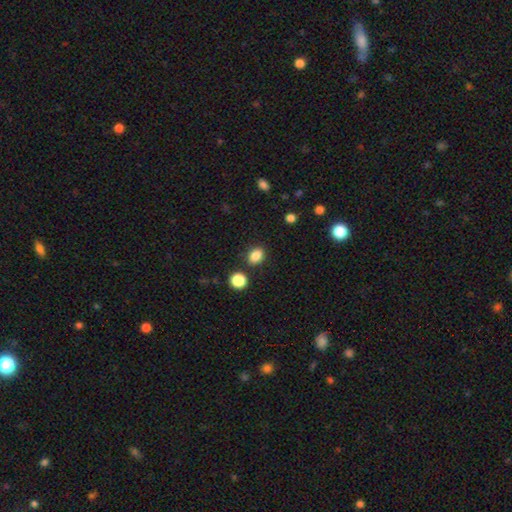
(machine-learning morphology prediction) smooth 85%, star or artifact 11%, featured or disk 4%. Down the decision tree: how rounded — in between (67%); merging — none (82%).